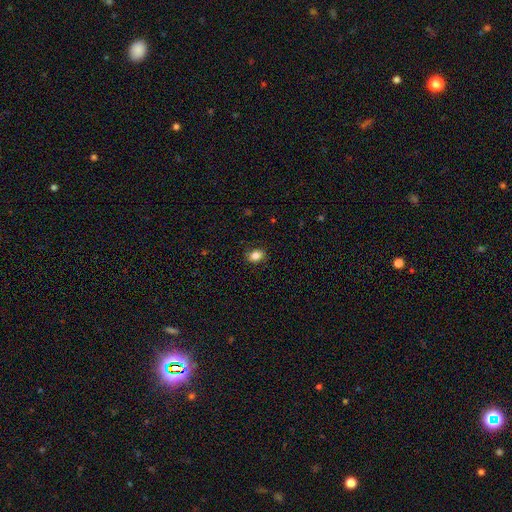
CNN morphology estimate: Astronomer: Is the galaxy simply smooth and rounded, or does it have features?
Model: smooth — 84%.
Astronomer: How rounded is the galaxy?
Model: in between — 65%.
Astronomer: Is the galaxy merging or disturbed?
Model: none — 86%.